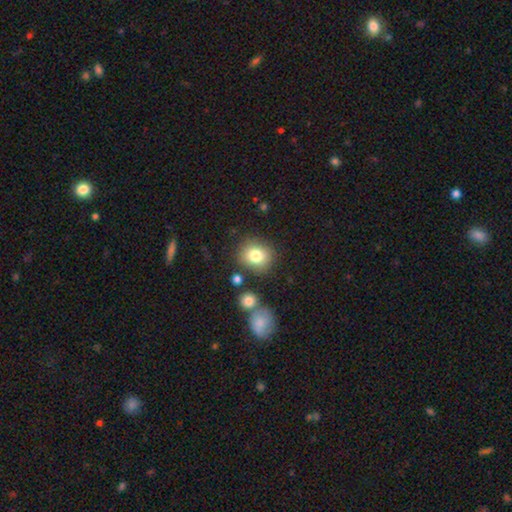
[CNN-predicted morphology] smooth-or-featured: smooth: 80% | star or artifact: 10% | featured or disk: 10%
  how-rounded: round: 77% | in between: 22% | cigar-shaped: 1%
  merging: none: 79% | minor disturbance: 11% | merger: 6% | major disturbance: 4%